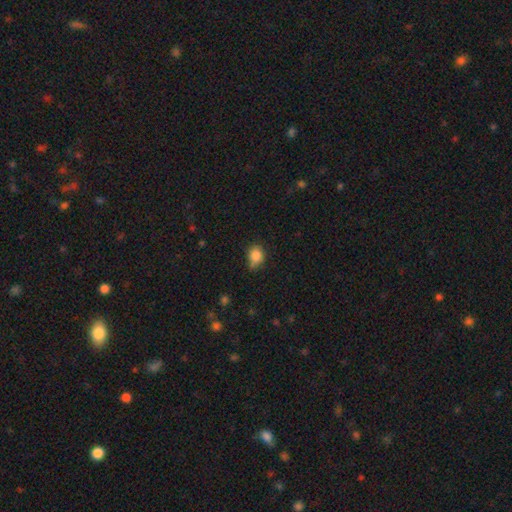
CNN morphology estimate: This appears to be a smooth galaxy with no disk features (85%) that is round (52%). Merging: none (57%).